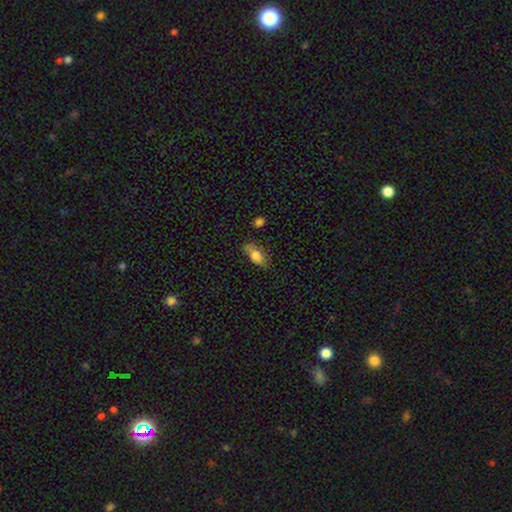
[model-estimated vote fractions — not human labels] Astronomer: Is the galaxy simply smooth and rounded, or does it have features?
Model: smooth — 75%.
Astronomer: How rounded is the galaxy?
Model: in between — 83%.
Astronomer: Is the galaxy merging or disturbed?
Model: none — 69%.